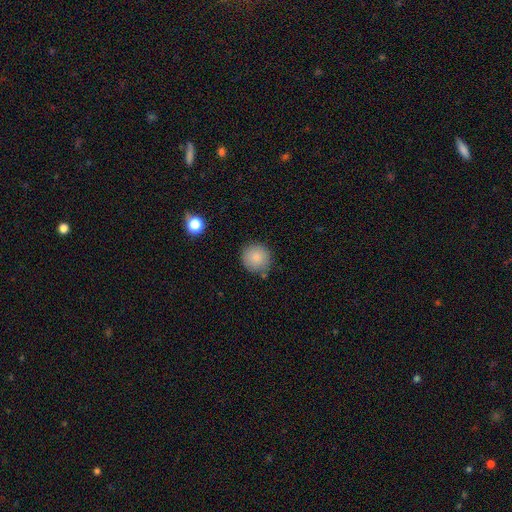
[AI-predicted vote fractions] Smooth or featured? Predicted: smooth (p=0.84). How rounded? Predicted: round (p=0.92). Merging? Predicted: none (p=0.84).